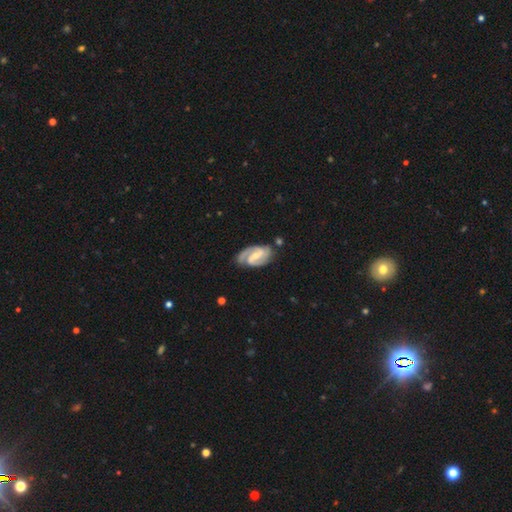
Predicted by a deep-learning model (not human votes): The model was most divided on "spiral winding": medium: 48%, tight: 41%, loose: 11%. Remaining: spiral arms — yes (98%); edge-on disk — no (97%); smooth or featured — featured or disk (89%); spiral arm count — 2 (87%); merging — none (74%); bulge size — small (55%); bar — weak (48%).